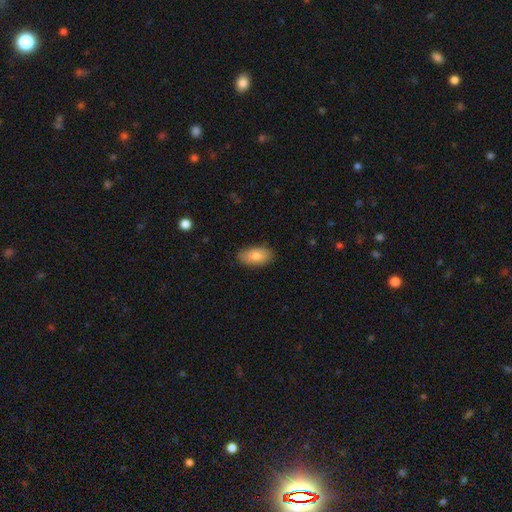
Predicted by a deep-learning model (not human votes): The model was most divided on "merging": none: 81%, minor disturbance: 15%, major disturbance: 3%, merger: 2%. More confident: how rounded — in between (93%); smooth or featured — smooth (83%).